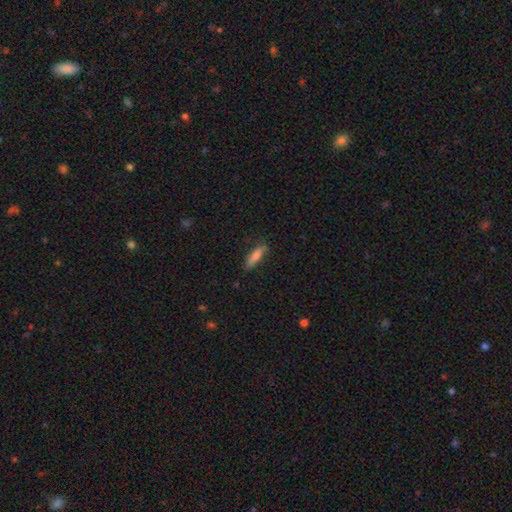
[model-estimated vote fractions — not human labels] Q: Smooth or featured?
A: smooth (77%); runner-up: featured or disk (16%)
Q: How rounded?
A: cigar-shaped (71%); runner-up: in between (27%)
Q: Merging?
A: none (78%); runner-up: minor disturbance (17%)